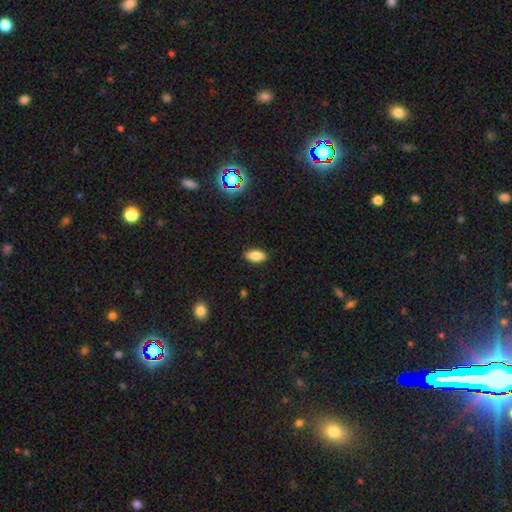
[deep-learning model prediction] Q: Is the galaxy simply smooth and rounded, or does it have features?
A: smooth — 84%.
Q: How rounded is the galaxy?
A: in between — 89%.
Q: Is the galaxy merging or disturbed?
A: none — 88%.